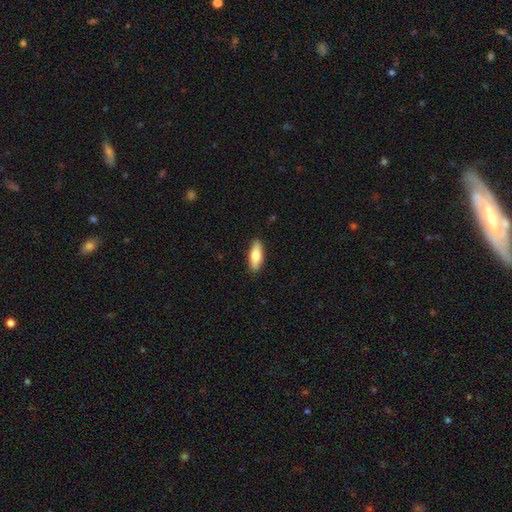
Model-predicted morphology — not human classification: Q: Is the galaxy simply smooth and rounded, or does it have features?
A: smooth — 74%.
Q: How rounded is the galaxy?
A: in between — 62%.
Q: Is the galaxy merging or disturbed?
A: none — 89%.